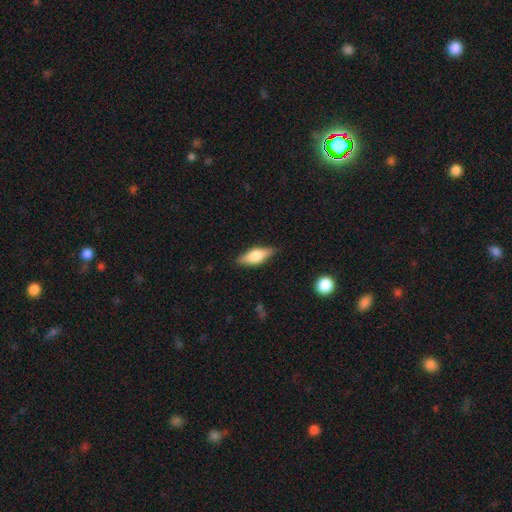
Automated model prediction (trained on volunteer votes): Smooth or featured: smooth — 59% (featured or disk — 34%)
How rounded: in between — 70% (cigar-shaped — 27%)
Merging: none — 85% (minor disturbance — 12%)